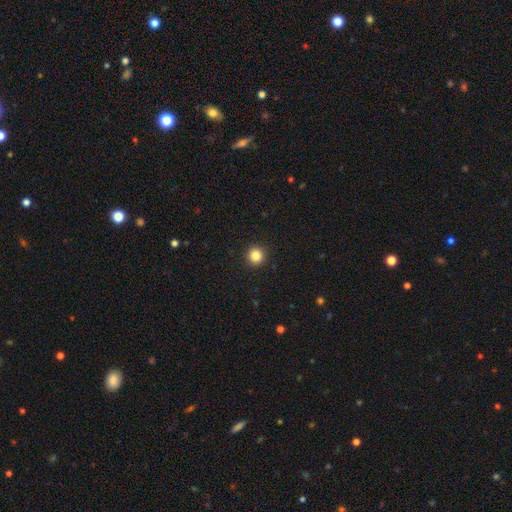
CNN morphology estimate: Q: Smooth or featured?
A: smooth (85%); runner-up: star or artifact (11%)
Q: How rounded?
A: round (94%); runner-up: in between (5%)
Q: Merging?
A: none (93%); runner-up: minor disturbance (4%)